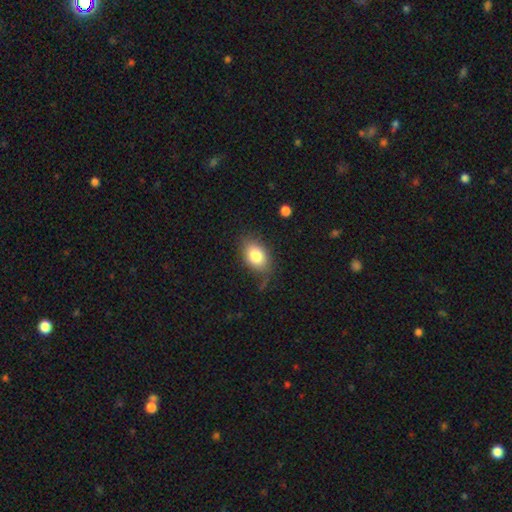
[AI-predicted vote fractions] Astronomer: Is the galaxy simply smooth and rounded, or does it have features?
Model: smooth — 81%.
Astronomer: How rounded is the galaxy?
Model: in between — 84%.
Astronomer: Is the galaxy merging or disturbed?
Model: none — 70%.